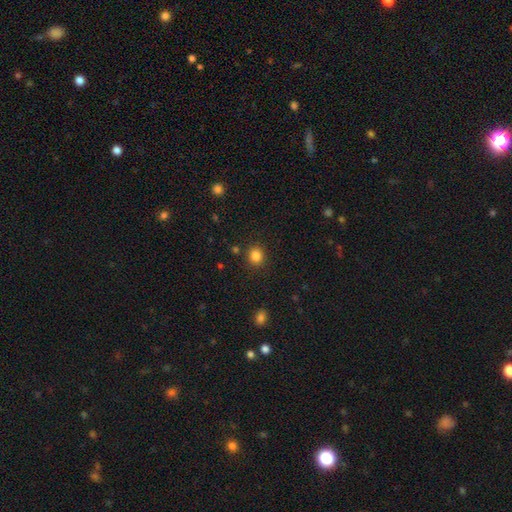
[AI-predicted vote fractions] smooth 84%, star or artifact 12%, featured or disk 4%. Down the decision tree: how rounded — round (84%); merging — none (88%).